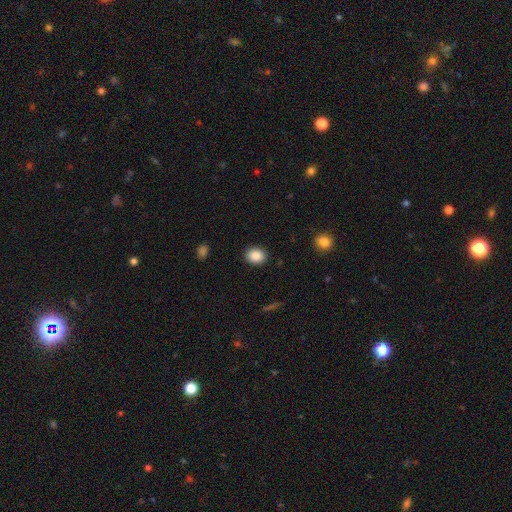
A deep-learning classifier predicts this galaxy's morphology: The model was most divided on "how rounded": in between: 50%, round: 49%, cigar-shaped: 1%. More confident: merging — none (90%); smooth or featured — smooth (88%).